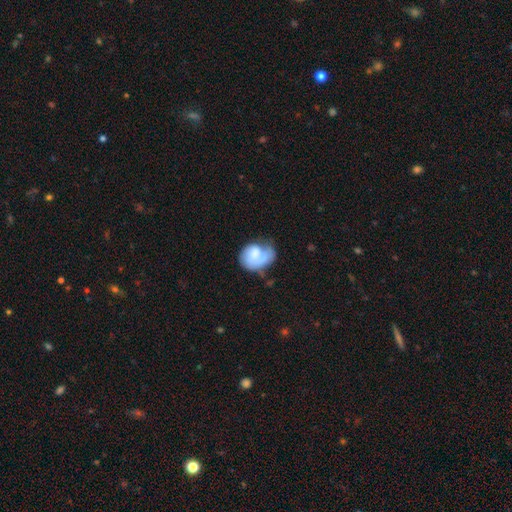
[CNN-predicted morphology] A smooth galaxy with no disk features (60%) that is in between round and cigar-shaped (56%). Merging: none (33%).